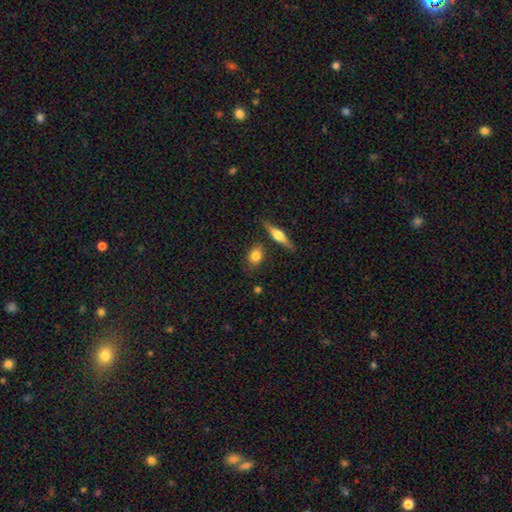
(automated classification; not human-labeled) Overall: smooth (78%). How rounded: in between (60%; round 34%). Merging: none (79%).